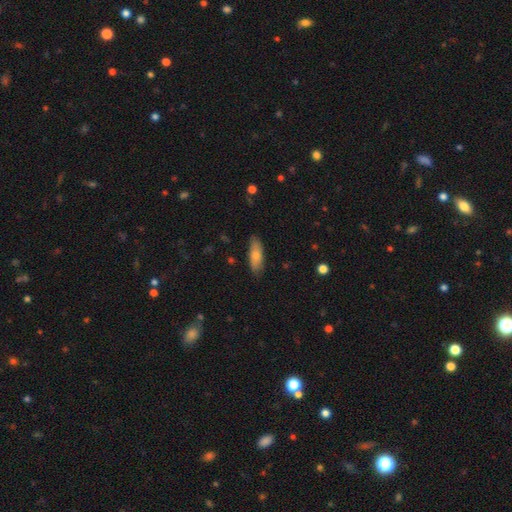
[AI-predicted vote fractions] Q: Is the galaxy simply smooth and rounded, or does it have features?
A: smooth — 76%.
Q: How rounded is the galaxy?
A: in between — 59%.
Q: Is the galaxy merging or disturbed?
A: none — 85%.